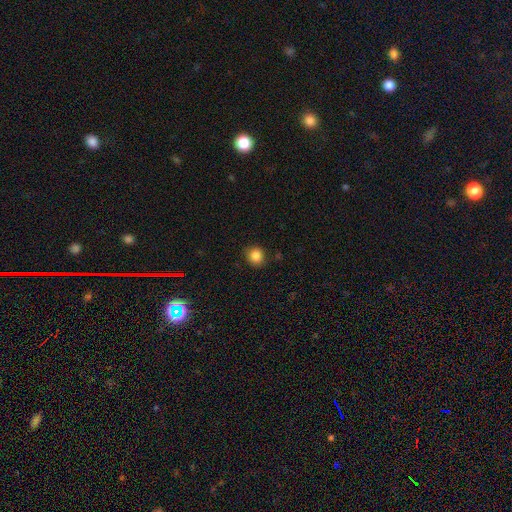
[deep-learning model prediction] The model was most divided on "how rounded": round: 83%, in between: 16%, cigar-shaped: 1%. More confident: merging — none (85%); smooth or featured — smooth (85%).